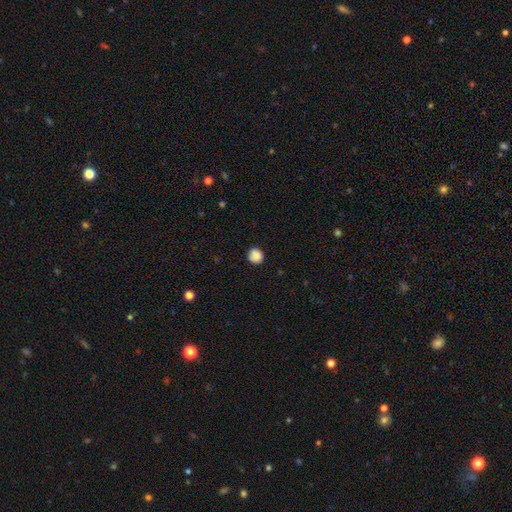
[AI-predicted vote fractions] The model was most divided on "smooth or featured": smooth: 88%, star or artifact: 9%, featured or disk: 3%. More confident: how rounded — round (92%); merging — none (90%).